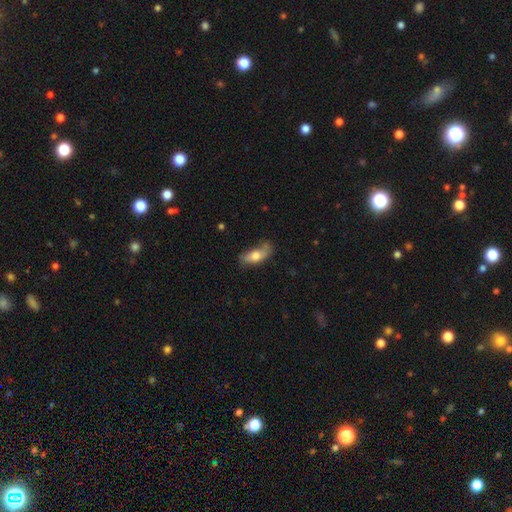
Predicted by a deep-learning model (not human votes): Smooth or featured? smooth (64%)
How rounded? in between (78%)
Merging? none (52%)